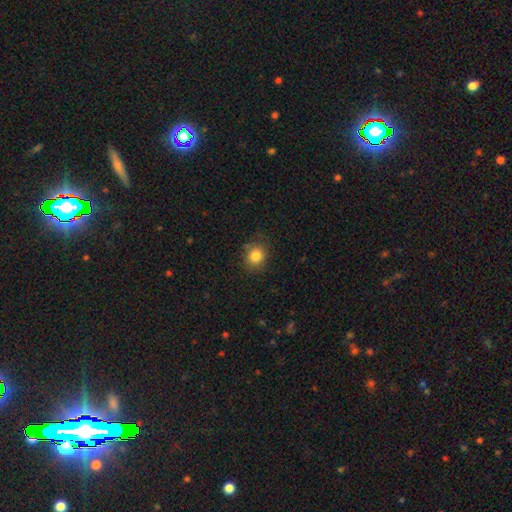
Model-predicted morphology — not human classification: This appears to be a smooth galaxy with no disk features (84%) that is round (77%). Merging: none (81%).